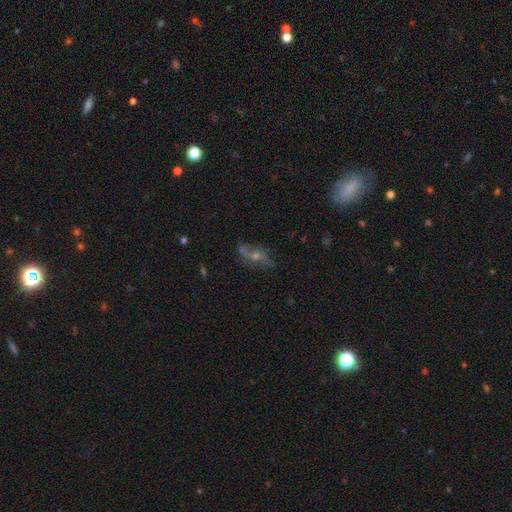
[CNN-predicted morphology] featured or disk 62%, smooth 21%, star or artifact 17%. Down the decision tree: edge-on disk — no (78%); merging — none (67%).